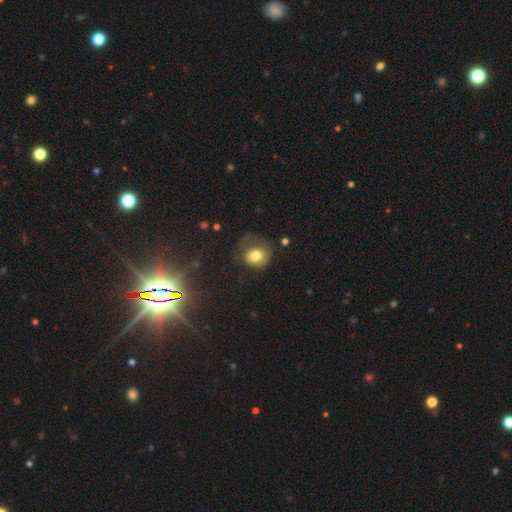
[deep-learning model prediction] smooth 72%, featured or disk 19%, star or artifact 10%. Down the decision tree: how rounded — round (69%); merging — none (43%).